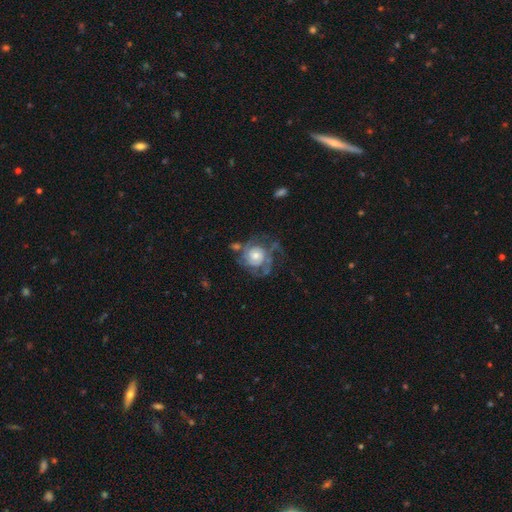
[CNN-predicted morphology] Smooth or featured?
  - featured or disk: 79% *
  - smooth: 14%
  - star or artifact: 6%
Edge-on disk?
  - no: 98% *
  - yes: 2%
Bar?
  - no: 78% *
  - weak: 18%
  - strong: 3%
Spiral arms?
  - yes: 90% *
  - no: 10%
Spiral winding?
  - tight: 56% *
  - medium: 33%
  - loose: 11%
Spiral arm count?
  - can't tell: 34% *
  - 3: 23%
  - 2: 22%
  - 4: 11%
  - 1: 6%
  - more than 4: 5%
Bulge size?
  - moderate: 54% *
  - small: 29%
  - large: 13%
  - none: 2%
  - dominant: 2%
Merging?
  - none: 53% *
  - major disturbance: 22%
  - minor disturbance: 20%
  - merger: 5%